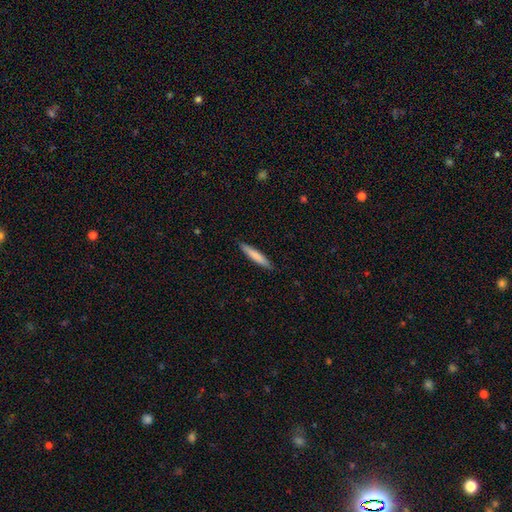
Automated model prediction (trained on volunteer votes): Q: Smooth or featured?
A: smooth (79%); runner-up: featured or disk (16%)
Q: How rounded?
A: cigar-shaped (92%); runner-up: in between (7%)
Q: Merging?
A: none (90%); runner-up: minor disturbance (8%)